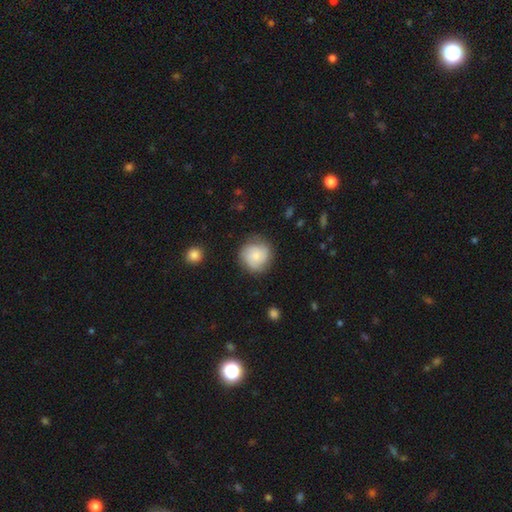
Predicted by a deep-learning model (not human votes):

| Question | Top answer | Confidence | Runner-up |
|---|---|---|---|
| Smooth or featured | smooth | 47% | featured or disk (45%) |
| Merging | none | 79% | minor disturbance (15%) |